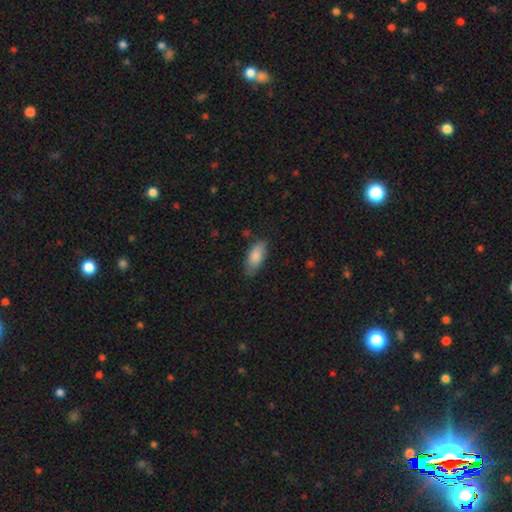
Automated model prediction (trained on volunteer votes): Q: Smooth or featured?
A: smooth (86%); runner-up: featured or disk (8%)
Q: How rounded?
A: in between (86%); runner-up: cigar-shaped (12%)
Q: Merging?
A: none (74%); runner-up: minor disturbance (20%)